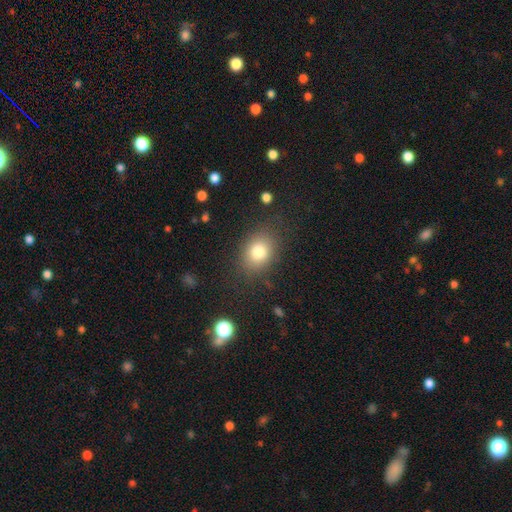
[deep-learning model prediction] This appears to be a smooth galaxy with no disk features (73%) that is round (51%). Merging: none (86%).